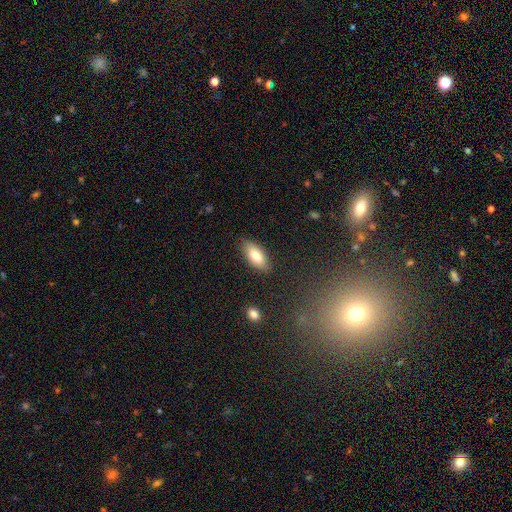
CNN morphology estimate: smooth_or_featured: smooth (p=0.80) [alt: featured or disk p=0.14]
how_rounded: in between (p=0.85) [alt: cigar-shaped p=0.13]
merging: none (p=0.85) [alt: minor disturbance p=0.11]